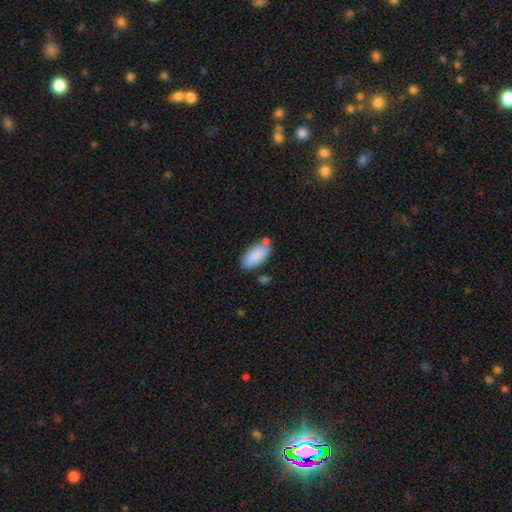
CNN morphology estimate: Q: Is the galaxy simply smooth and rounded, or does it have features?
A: smooth — 87%.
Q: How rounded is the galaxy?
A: in between — 89%.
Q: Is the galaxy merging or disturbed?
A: none — 66%.